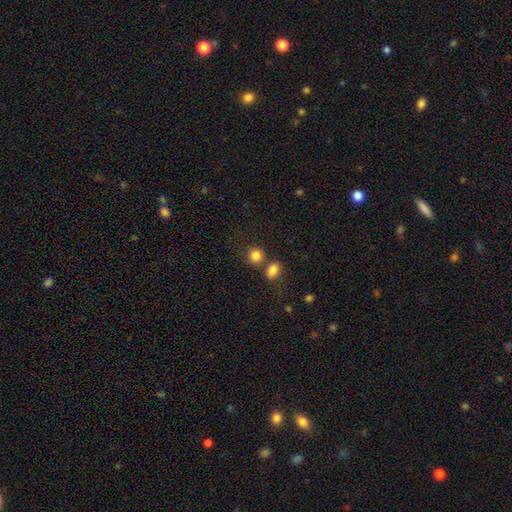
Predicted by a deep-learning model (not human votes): smooth 84%, star or artifact 11%, featured or disk 5%. Down the decision tree: how rounded — round (80%); merging — none (61%).